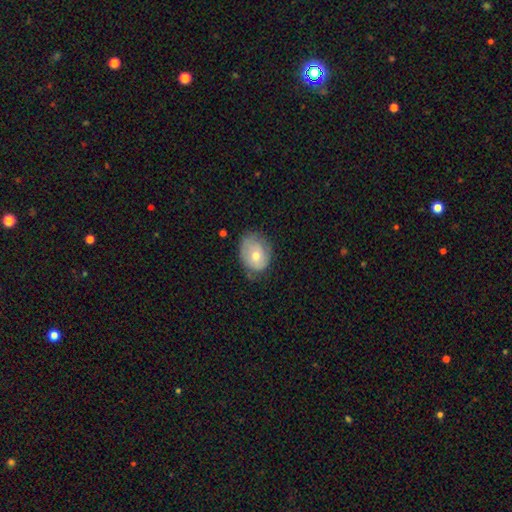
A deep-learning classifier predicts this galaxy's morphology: Smooth or featured? Predicted: smooth (p=0.58). How rounded? Predicted: in between (p=0.57). Merging? Predicted: none (p=0.59).